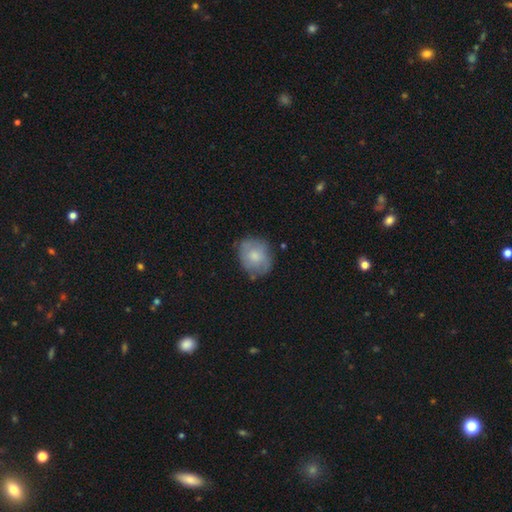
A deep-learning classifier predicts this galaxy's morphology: Smooth or featured? smooth (67%)
How rounded? round (61%)
Merging? none (67%)